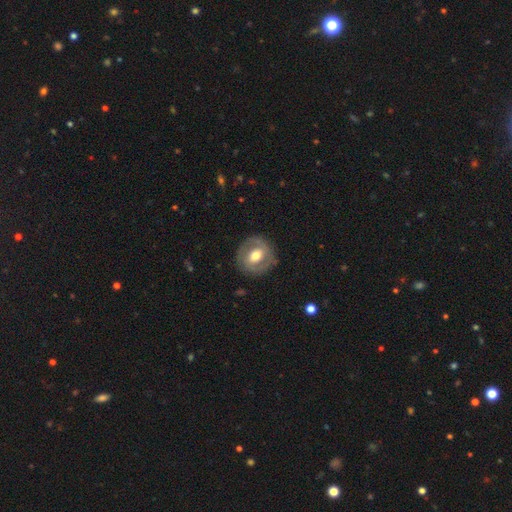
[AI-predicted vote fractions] smooth_or_featured: featured or disk (p=0.52) [alt: smooth p=0.42]
disk_edge_on: no (p=0.96) [alt: yes p=0.04]
bar: no (p=0.42) [alt: weak p=0.39]
has_spiral_arms: no (p=0.60) [alt: yes p=0.40]
bulge_size: moderate (p=0.72) [alt: large p=0.17]
merging: none (p=0.83) [alt: minor disturbance p=0.12]